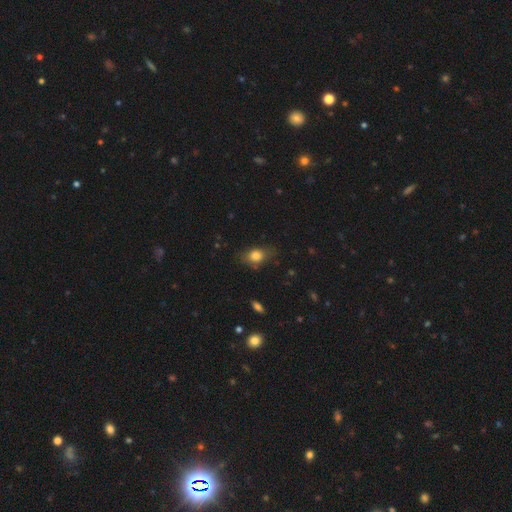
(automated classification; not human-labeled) smooth 79%, featured or disk 11%, star or artifact 9%. Down the decision tree: how rounded — in between (65%); merging — none (65%).